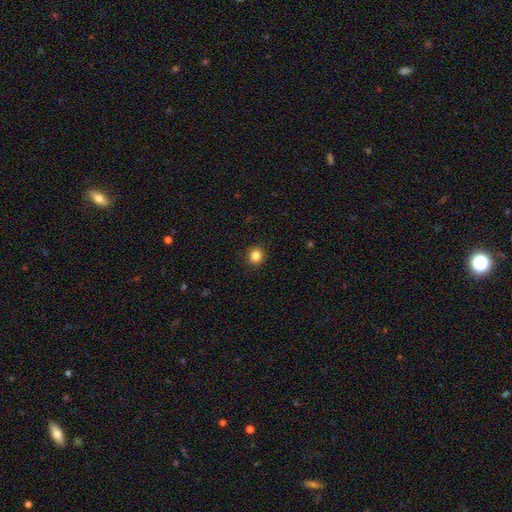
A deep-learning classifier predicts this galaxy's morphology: Smooth or featured? Predicted: smooth (p=0.85). How rounded? Predicted: round (p=0.89). Merging? Predicted: none (p=0.92).